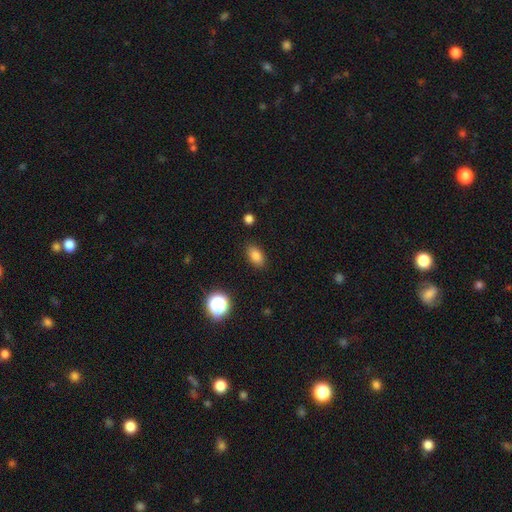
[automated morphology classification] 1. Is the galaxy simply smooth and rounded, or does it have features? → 81% smooth, 12% star or artifact, 7% featured or disk.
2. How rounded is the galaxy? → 87% in between, 10% round, 3% cigar-shaped.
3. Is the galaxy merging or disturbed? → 87% none, 9% minor disturbance, 2% major disturbance, 1% merger.